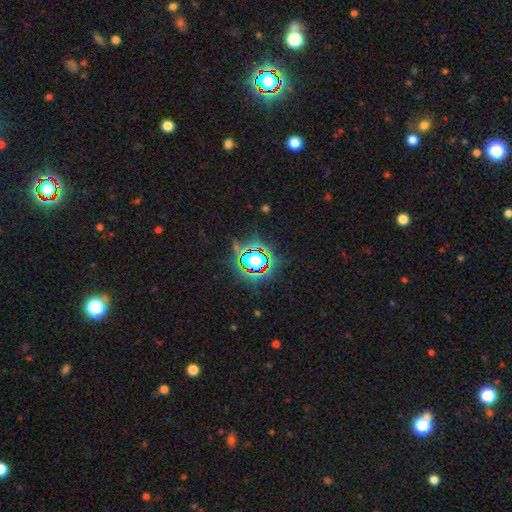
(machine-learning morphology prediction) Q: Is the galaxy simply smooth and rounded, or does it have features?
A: star or artifact — 64%.